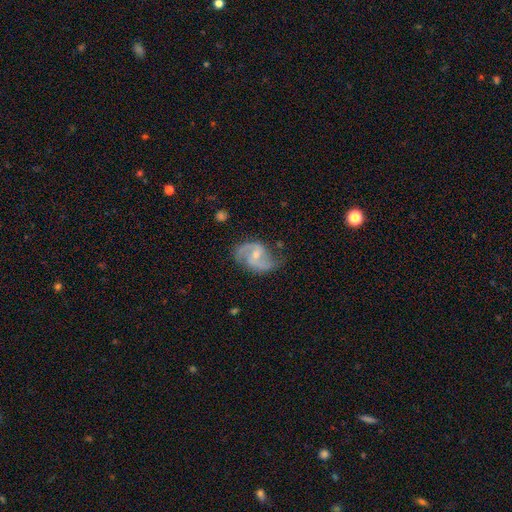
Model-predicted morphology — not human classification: type=featured or disk (83%); edge-on=no (97%); bar=weak (50%); spiral arms=yes (95%); winding=medium (50%); arm count=2 (90%); bulge=small (53%); merging=none (67%).